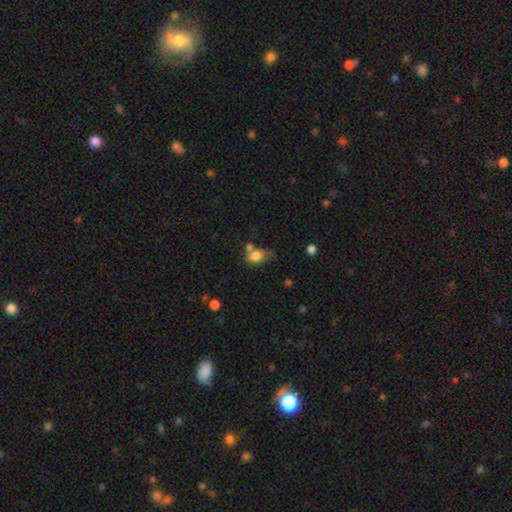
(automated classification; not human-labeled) Smooth or featured? smooth (79%)
How rounded? in between (80%)
Merging? none (38%)